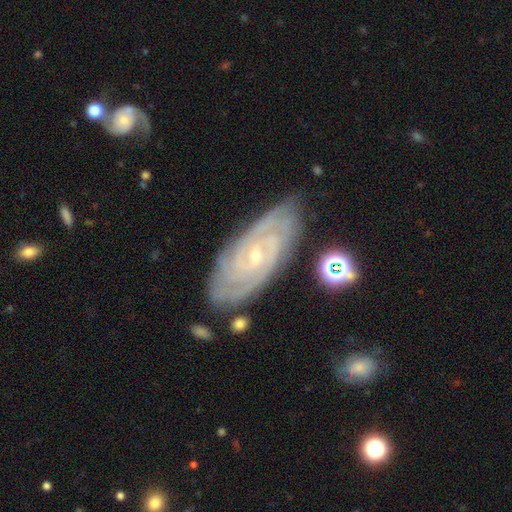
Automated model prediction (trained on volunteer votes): Morphology: type=featured or disk (88%); edge-on=no (94%); bar=no (57%); spiral arms=yes (98%); winding=tight (80%); arm count=2 (32%); bulge=small (77%); merging=none (79%).